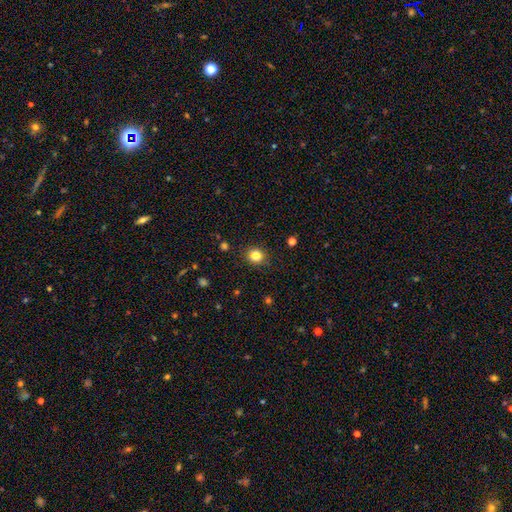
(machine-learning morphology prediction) Smooth or featured? Predicted: smooth (p=0.79). How rounded? Predicted: round (p=0.74). Merging? Predicted: none (p=0.77).